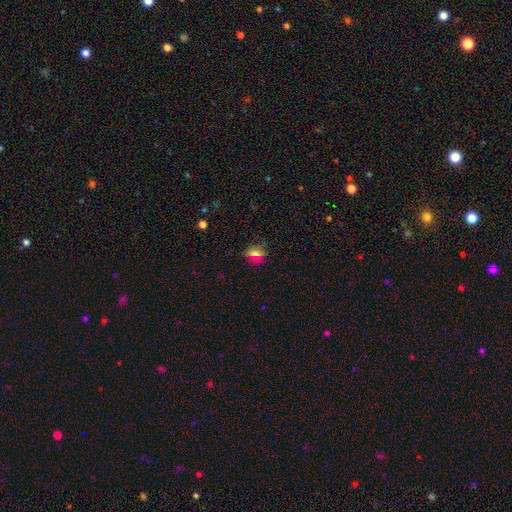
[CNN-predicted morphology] The model was most divided on "how rounded": round: 64%, in between: 32%, cigar-shaped: 4%. More confident: merging — none (85%); smooth or featured — smooth (65%).